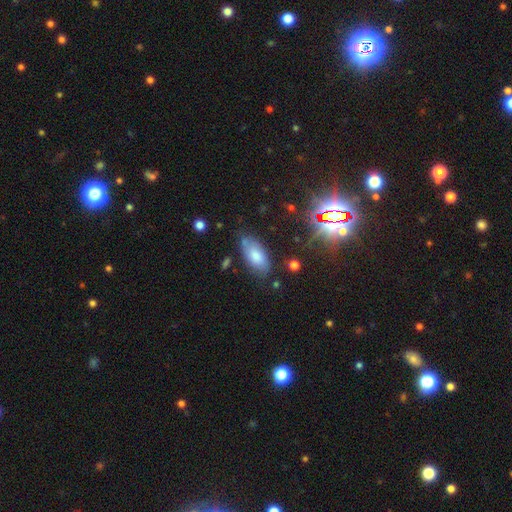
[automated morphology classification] This appears to be a smooth galaxy with no disk features (73%) that is in between round and cigar-shaped (91%). Merging: none (70%).